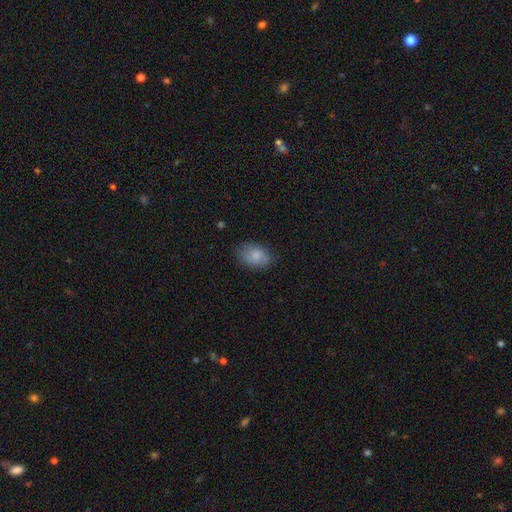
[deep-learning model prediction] smooth-or-featured: smooth: 79% | featured or disk: 14% | star or artifact: 8%
  how-rounded: in between: 87% | round: 12% | cigar-shaped: 1%
  merging: none: 74% | minor disturbance: 20% | major disturbance: 5% | merger: 1%